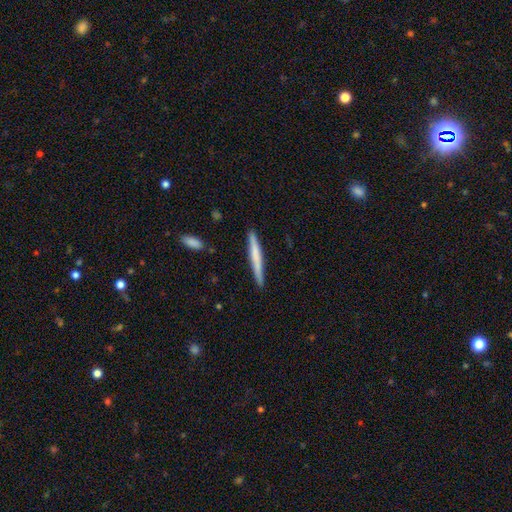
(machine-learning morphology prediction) Q: Smooth or featured?
A: smooth (60%); runner-up: featured or disk (35%)
Q: How rounded?
A: cigar-shaped (96%); runner-up: in between (2%)
Q: Merging?
A: none (88%); runner-up: minor disturbance (8%)